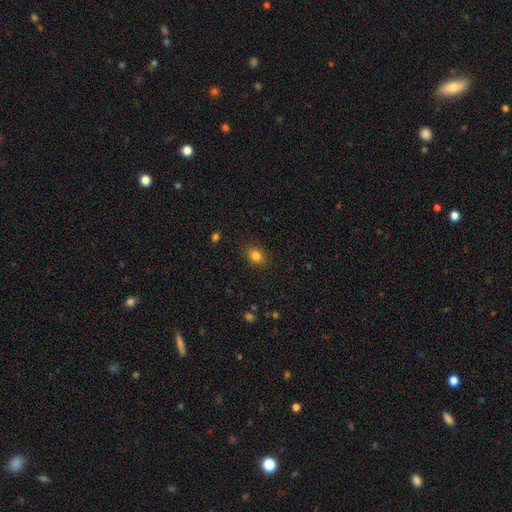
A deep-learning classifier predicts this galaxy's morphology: smooth-or-featured: smooth: 83% | star or artifact: 11% | featured or disk: 6%
  how-rounded: in between: 57% | round: 42% | cigar-shaped: 1%
  merging: none: 87% | minor disturbance: 9% | major disturbance: 3% | merger: 1%